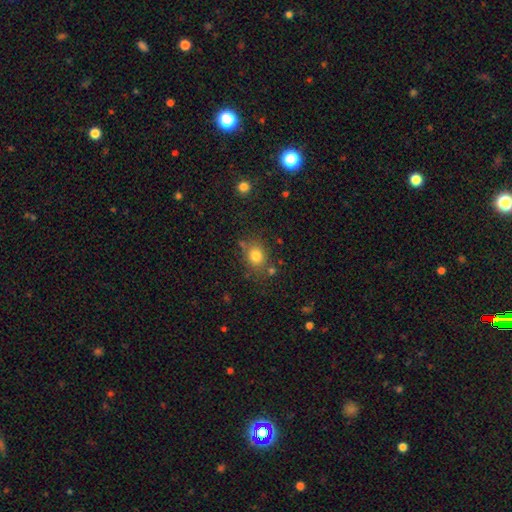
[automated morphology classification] Overall: smooth (80%). How rounded: round (63%; in between 36%). Merging: none (73%).